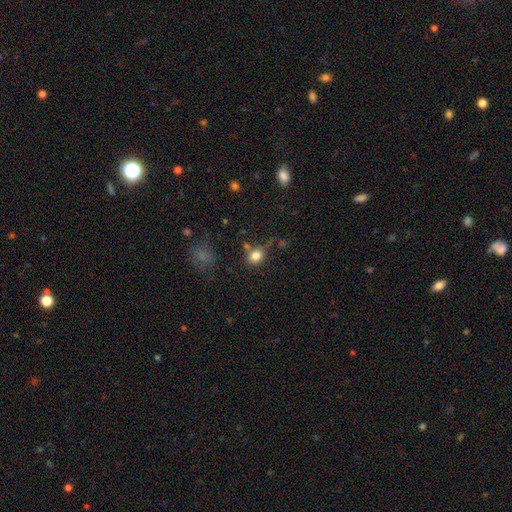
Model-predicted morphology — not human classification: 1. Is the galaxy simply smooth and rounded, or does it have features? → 82% smooth, 12% star or artifact, 7% featured or disk.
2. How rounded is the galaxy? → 63% round, 36% in between, 1% cigar-shaped.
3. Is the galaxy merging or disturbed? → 61% none, 21% minor disturbance, 10% merger, 8% major disturbance.